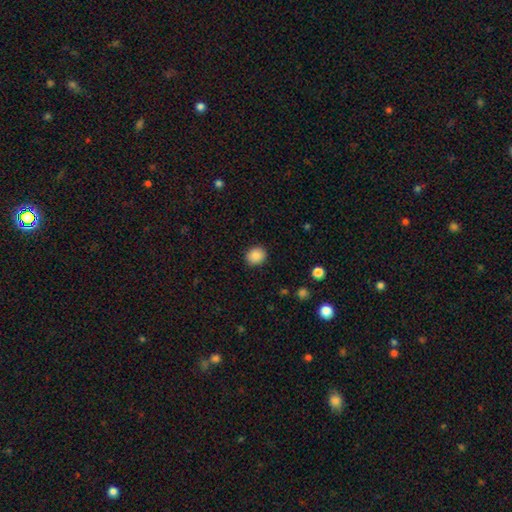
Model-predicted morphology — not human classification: This is clearly a smooth galaxy (88%). How rounded: likely round (73%). Merging: clearly none (90%).